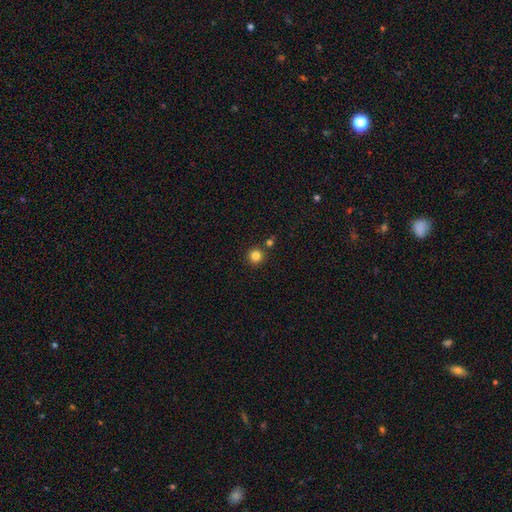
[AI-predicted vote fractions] Morphology: type=smooth (83%); roundness=round (95%); merging=none (85%).